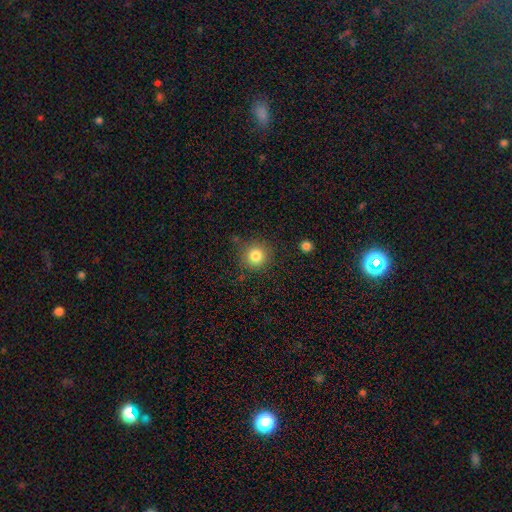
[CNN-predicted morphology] This is clearly a smooth galaxy (82%). How rounded: clearly round (93%). Merging: clearly none (84%).